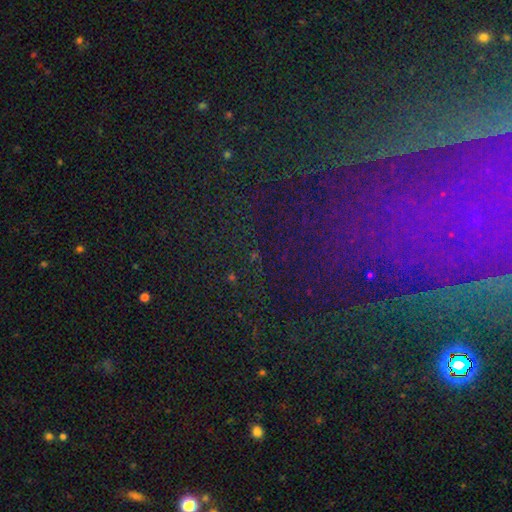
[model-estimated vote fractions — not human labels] Q: Smooth or featured?
A: star or artifact (60%); runner-up: featured or disk (24%)